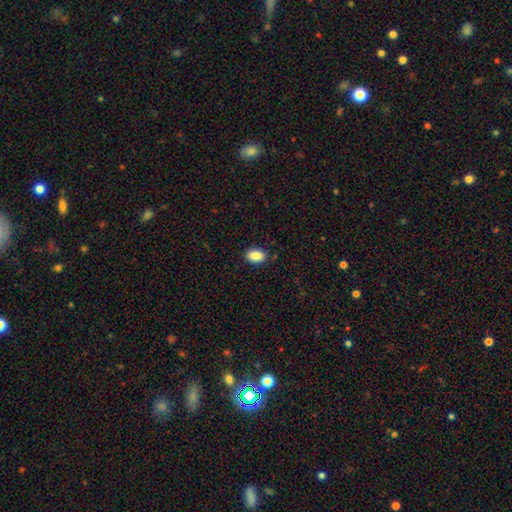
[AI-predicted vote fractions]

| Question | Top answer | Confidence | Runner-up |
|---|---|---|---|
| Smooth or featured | smooth | 88% | star or artifact (8%) |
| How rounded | in between | 89% | round (9%) |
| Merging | none | 87% | minor disturbance (10%) |